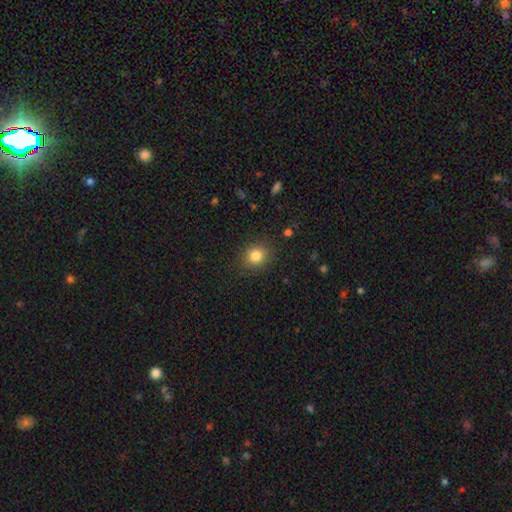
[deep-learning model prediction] Q: Smooth or featured?
A: smooth (83%); runner-up: star or artifact (11%)
Q: How rounded?
A: round (79%); runner-up: in between (21%)
Q: Merging?
A: none (87%); runner-up: minor disturbance (9%)